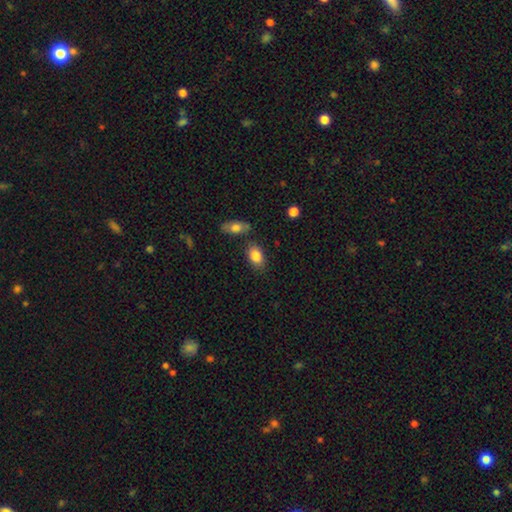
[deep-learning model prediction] A smooth galaxy with no disk features (85%) that is in between round and cigar-shaped (88%). Merging: none (76%).